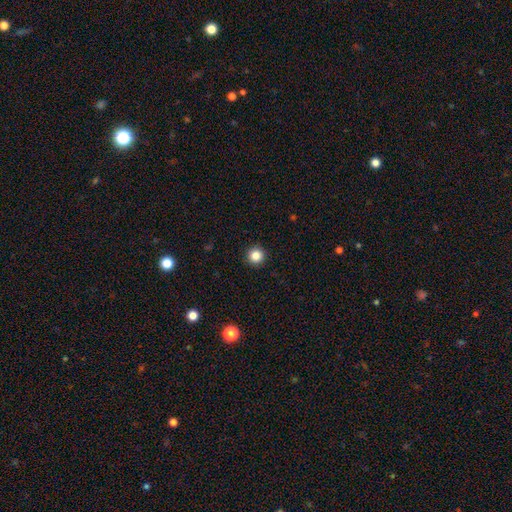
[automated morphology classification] A smooth galaxy with no disk features (84%) that is round (96%). Merging: none (93%).